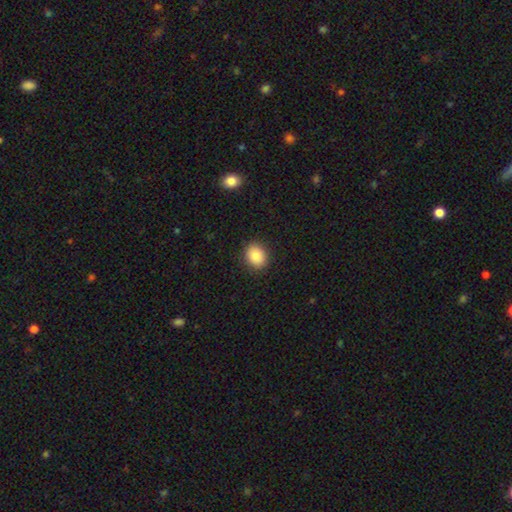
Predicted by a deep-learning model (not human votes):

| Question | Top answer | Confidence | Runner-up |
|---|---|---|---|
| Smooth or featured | smooth | 87% | star or artifact (8%) |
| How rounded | round | 55% | in between (44%) |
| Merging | none | 90% | minor disturbance (7%) |